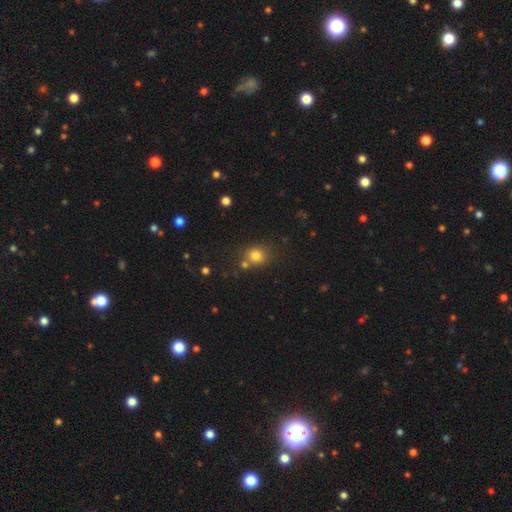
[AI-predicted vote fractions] Q: Smooth or featured?
A: smooth (78%); runner-up: star or artifact (14%)
Q: How rounded?
A: round (74%); runner-up: in between (25%)
Q: Merging?
A: none (60%); runner-up: merger (22%)